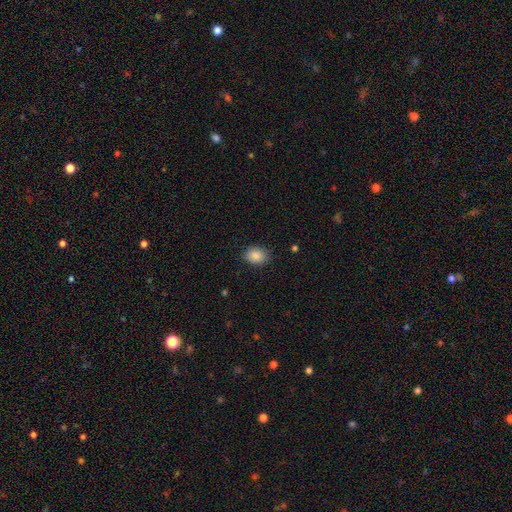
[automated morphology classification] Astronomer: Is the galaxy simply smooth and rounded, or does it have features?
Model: smooth — 88%.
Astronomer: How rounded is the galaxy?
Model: in between — 69%.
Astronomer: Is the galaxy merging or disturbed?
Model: none — 85%.